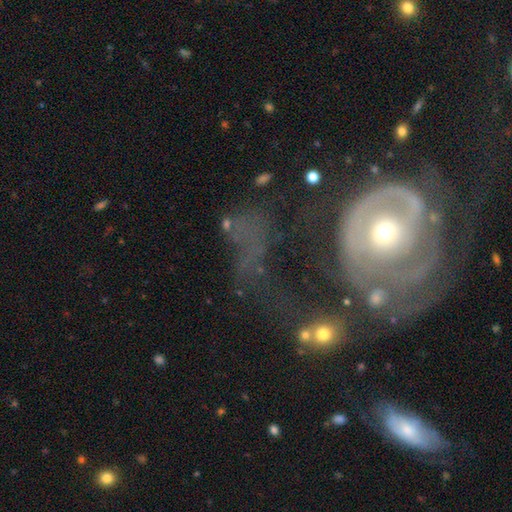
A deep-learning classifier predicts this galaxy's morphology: smooth_or_featured: featured or disk (p=0.64) [alt: smooth p=0.21]
disk_edge_on: no (p=0.95) [alt: yes p=0.05]
bar: no (p=0.78) [alt: weak p=0.15]
has_spiral_arms: yes (p=0.58) [alt: no p=0.42]
bulge_size: moderate (p=0.48) [alt: small p=0.40]
merging: major disturbance (p=0.43) [alt: none p=0.24]